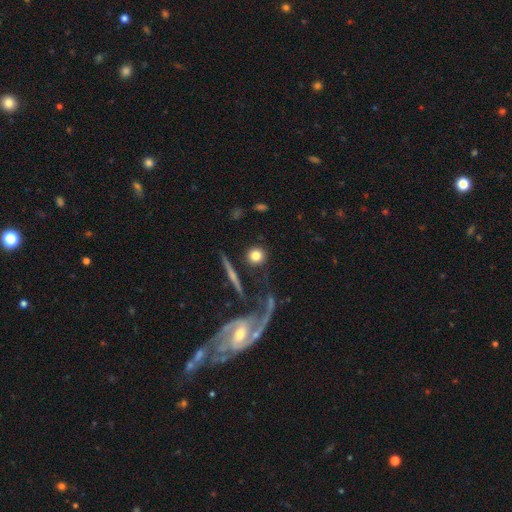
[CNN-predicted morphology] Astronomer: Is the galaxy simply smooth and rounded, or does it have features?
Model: smooth — 77%.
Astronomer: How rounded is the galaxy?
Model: round — 91%.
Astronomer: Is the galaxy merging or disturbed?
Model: none — 77%.